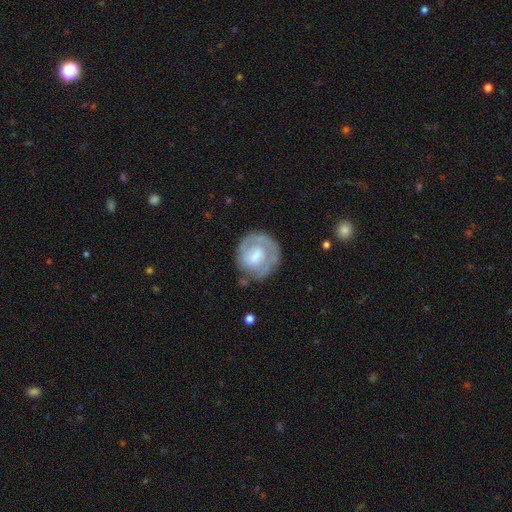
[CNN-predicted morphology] Smooth or featured?
  - featured or disk: 52% *
  - smooth: 42%
  - star or artifact: 6%
Edge-on disk?
  - no: 97% *
  - yes: 3%
Bar?
  - no: 51% *
  - weak: 38%
  - strong: 11%
Spiral arms?
  - yes: 50% * (tied)
  - no: 50% * (tied)
Bulge size?
  - moderate: 41% *
  - small: 29%
  - large: 14%
  - none: 14%
  - dominant: 2%
Merging?
  - none: 63% *
  - minor disturbance: 20%
  - major disturbance: 14%
  - merger: 3%